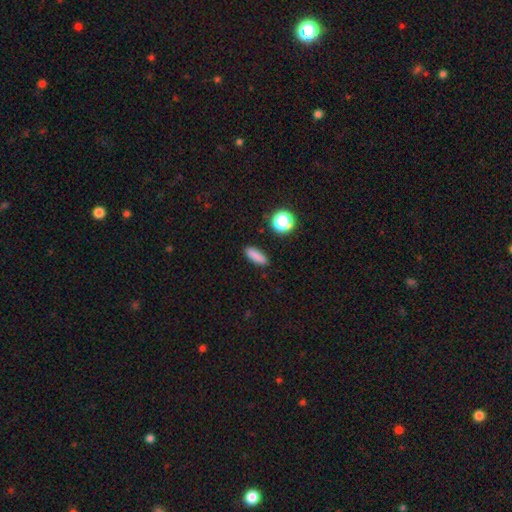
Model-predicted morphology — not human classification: A smooth galaxy with no disk features (84%) that is in between round and cigar-shaped (48%).

Vote fractions:
- Smooth or featured? smooth: 84% / star or artifact: 11% / featured or disk: 5%
- How rounded? in between: 48% / cigar-shaped: 47% / round: 6%
- Merging? none: 88% / minor disturbance: 8% / major disturbance: 2% / merger: 2%